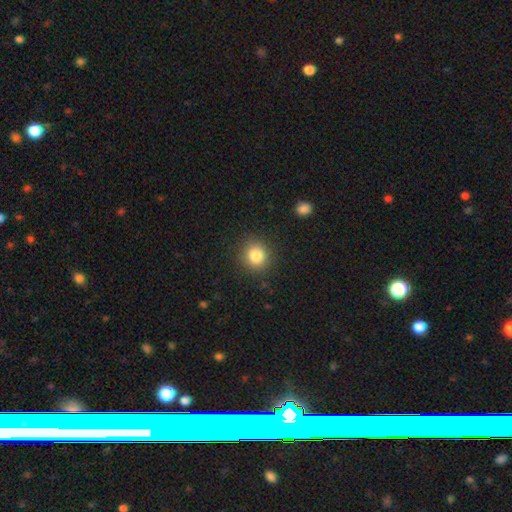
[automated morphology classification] A smooth galaxy with no disk features (84%) that is round (88%).

Vote fractions:
- Smooth or featured? smooth: 84% / star or artifact: 11% / featured or disk: 5%
- How rounded? round: 88% / in between: 11% / cigar-shaped: 1%
- Merging? none: 89% / minor disturbance: 7% / major disturbance: 3% / merger: 1%